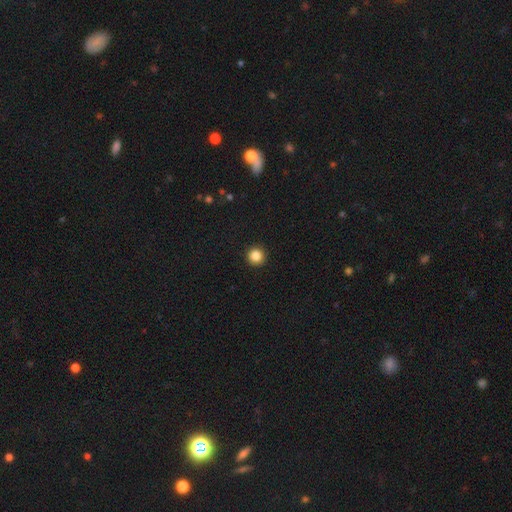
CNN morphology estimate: Smooth or featured? smooth (86%)
How rounded? round (96%)
Merging? none (94%)